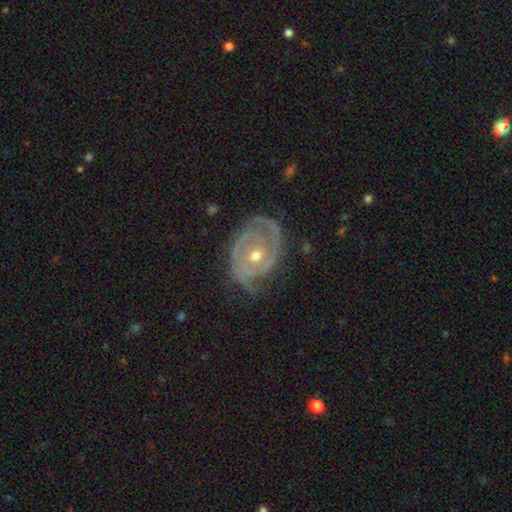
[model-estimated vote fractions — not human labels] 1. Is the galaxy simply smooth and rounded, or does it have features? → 86% featured or disk, 9% smooth, 5% star or artifact.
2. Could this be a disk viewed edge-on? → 96% no, 4% yes.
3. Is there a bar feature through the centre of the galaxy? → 77% no, 17% weak, 5% strong.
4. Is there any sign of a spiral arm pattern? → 89% yes, 11% no.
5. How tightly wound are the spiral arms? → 65% tight, 26% medium, 9% loose.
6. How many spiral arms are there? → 40% 2, 24% can't tell, 18% 3, 9% 1, 5% 4, 4% more than 4.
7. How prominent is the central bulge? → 67% moderate, 29% small, 2% large, 1% none, 1% dominant.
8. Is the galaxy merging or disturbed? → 57% none, 27% minor disturbance, 14% major disturbance, 2% merger.